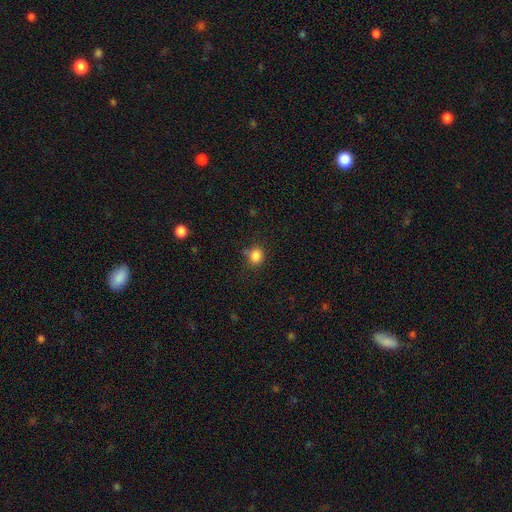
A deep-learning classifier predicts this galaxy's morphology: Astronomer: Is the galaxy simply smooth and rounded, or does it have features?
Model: smooth — 84%.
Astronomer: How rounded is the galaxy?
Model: round — 76%.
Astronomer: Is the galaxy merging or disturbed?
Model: none — 77%.